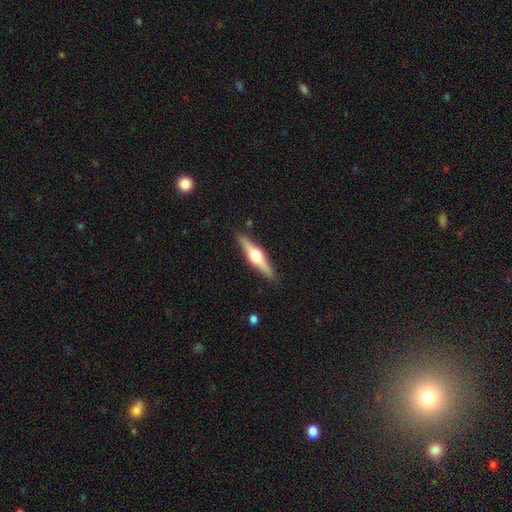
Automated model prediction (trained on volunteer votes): Smooth or featured?
  - featured or disk: 71% *
  - smooth: 24%
  - star or artifact: 5%
Edge-on disk?
  - yes: 97% *
  - no: 3%
Edge-on bulge?
  - rounded: 95% *
  - boxy: 3%
  - none: 2%
Merging?
  - none: 89% *
  - minor disturbance: 8%
  - major disturbance: 2%
  - merger: 1%